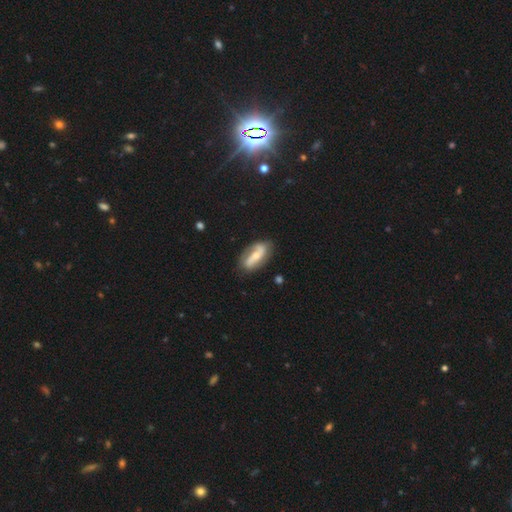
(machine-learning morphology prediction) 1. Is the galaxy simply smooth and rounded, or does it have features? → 68% featured or disk, 27% smooth, 5% star or artifact.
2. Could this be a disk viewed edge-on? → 89% no, 11% yes.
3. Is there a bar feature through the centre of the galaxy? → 39% strong, 33% no, 28% weak.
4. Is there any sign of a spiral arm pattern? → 82% yes, 18% no.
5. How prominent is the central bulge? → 48% moderate, 46% small, 3% large, 2% none, 1% dominant.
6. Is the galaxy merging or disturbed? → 76% none, 17% minor disturbance, 5% major disturbance, 2% merger.